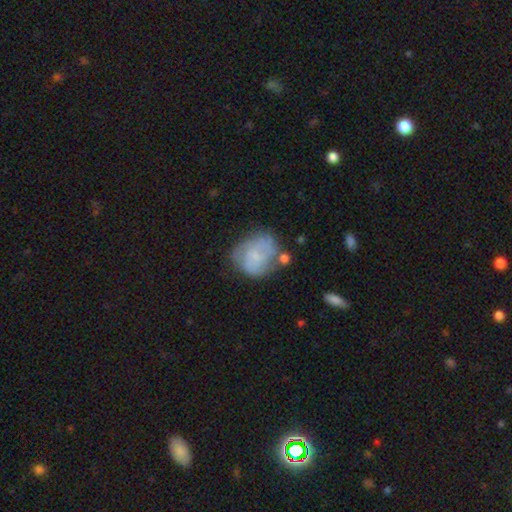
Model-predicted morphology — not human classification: The model was most divided on "smooth or featured": smooth: 48%, featured or disk: 44%, star or artifact: 8%. Remaining: merging — none (47%).